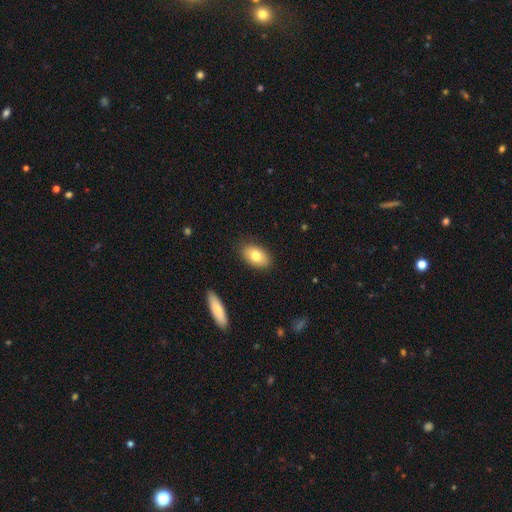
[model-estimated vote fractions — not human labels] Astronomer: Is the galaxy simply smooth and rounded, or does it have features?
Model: smooth — 77%.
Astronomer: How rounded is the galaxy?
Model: in between — 90%.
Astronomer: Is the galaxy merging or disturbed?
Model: none — 86%.